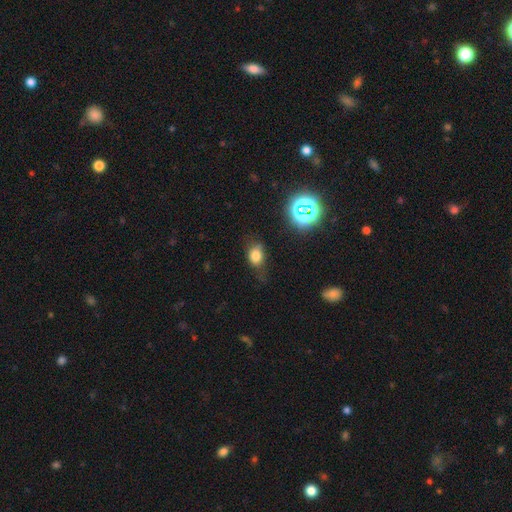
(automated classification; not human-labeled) Smooth or featured? Predicted: smooth (p=0.72). How rounded? Predicted: in between (p=0.62). Merging? Predicted: none (p=0.52).